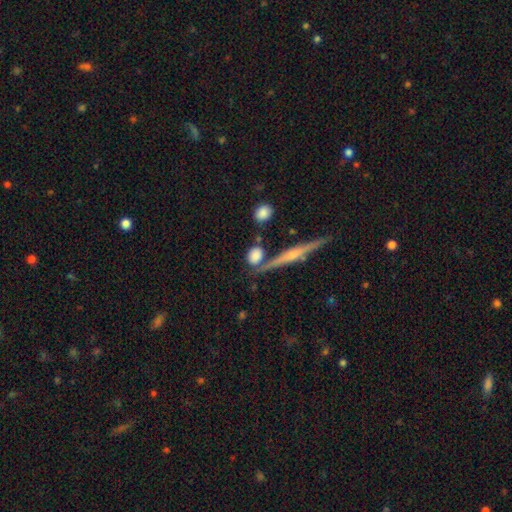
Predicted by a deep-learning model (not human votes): smooth_or_featured: smooth (p=0.76) [alt: featured or disk p=0.16]
how_rounded: round (p=0.58) [alt: in between p=0.33]
merging: none (p=0.66) [alt: minor disturbance p=0.16]